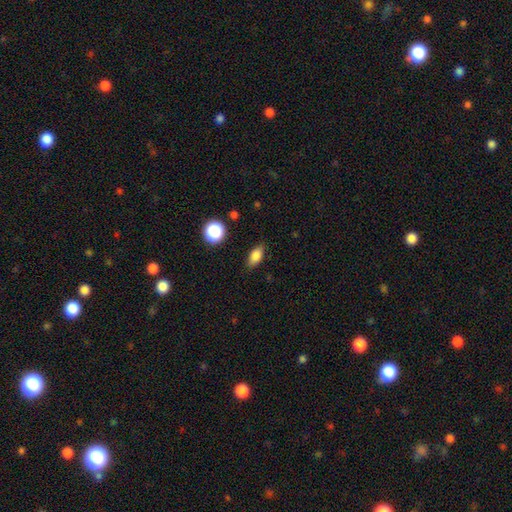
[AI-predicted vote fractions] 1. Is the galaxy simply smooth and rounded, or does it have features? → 82% smooth, 9% star or artifact, 9% featured or disk.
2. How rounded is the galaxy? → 81% in between, 11% round, 9% cigar-shaped.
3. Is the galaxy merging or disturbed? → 83% none, 13% minor disturbance, 3% major disturbance, 1% merger.